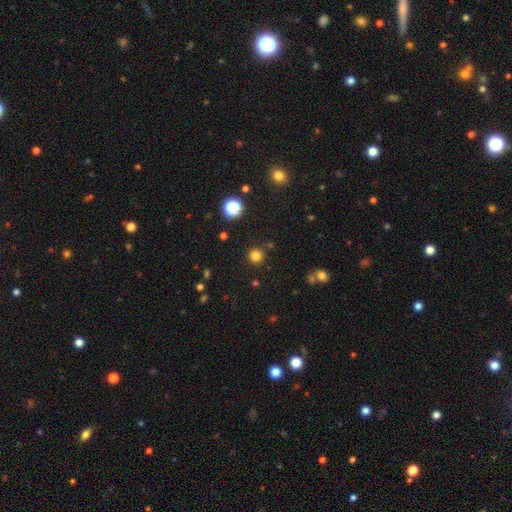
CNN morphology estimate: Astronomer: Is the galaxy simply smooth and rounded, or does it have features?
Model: smooth — 80%.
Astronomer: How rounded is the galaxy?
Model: round — 95%.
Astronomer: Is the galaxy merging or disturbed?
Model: none — 88%.